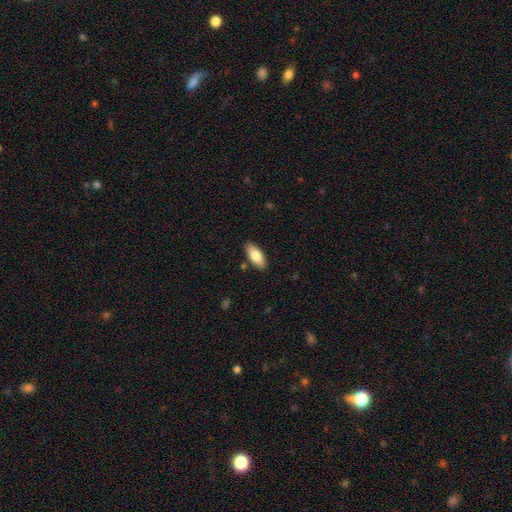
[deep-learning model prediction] Overall: smooth (79%). How rounded: in between (86%). Merging: none (87%).